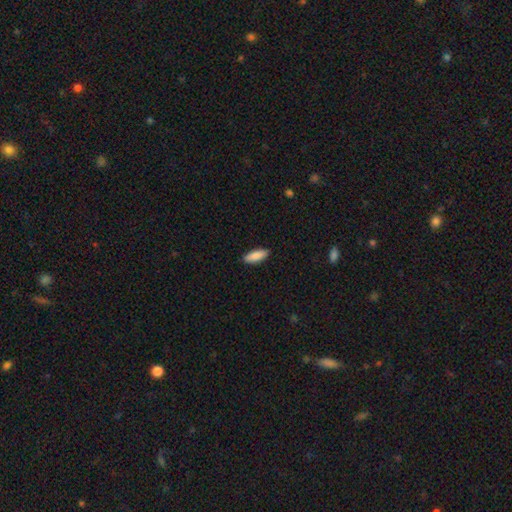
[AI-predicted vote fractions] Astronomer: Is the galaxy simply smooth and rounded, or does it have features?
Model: smooth — 88%.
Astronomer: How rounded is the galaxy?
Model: in between — 65%.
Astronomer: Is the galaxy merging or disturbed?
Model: none — 89%.